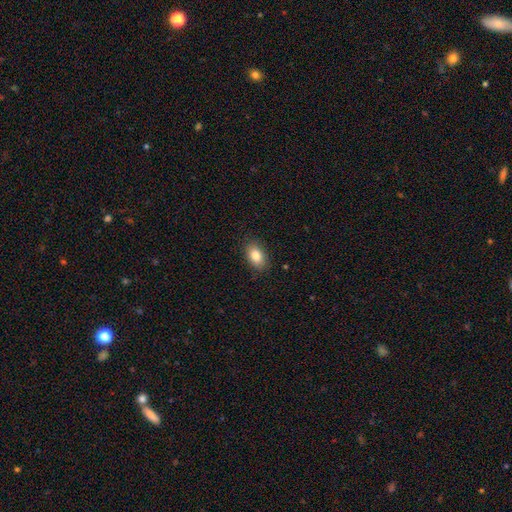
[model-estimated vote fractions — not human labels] Smooth or featured? smooth (84%)
How rounded? in between (89%)
Merging? none (86%)